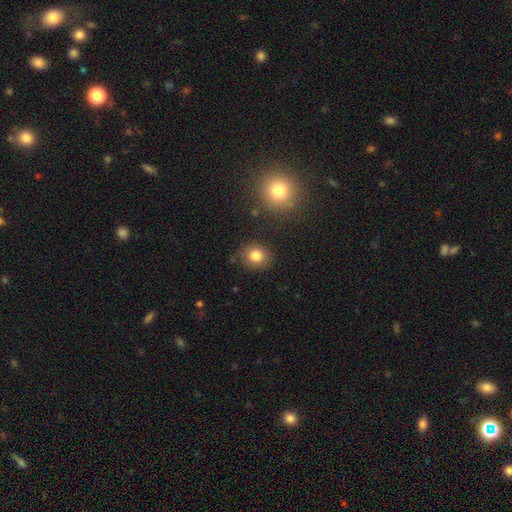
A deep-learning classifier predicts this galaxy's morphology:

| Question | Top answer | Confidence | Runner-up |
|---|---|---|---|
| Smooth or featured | smooth | 82% | star or artifact (11%) |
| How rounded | round | 80% | in between (20%) |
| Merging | none | 86% | minor disturbance (9%) |